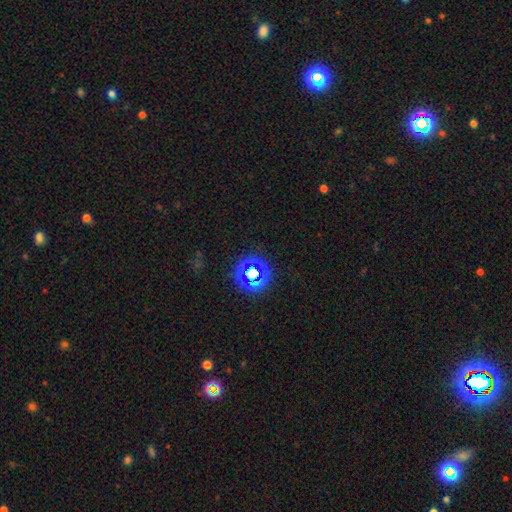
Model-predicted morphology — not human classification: A star or artifact, not a galaxy (52%).

Vote fractions:
- Smooth or featured? star or artifact: 52% / smooth: 41% / featured or disk: 7%